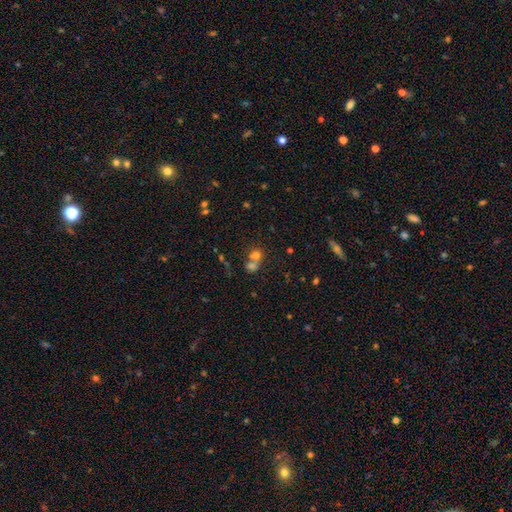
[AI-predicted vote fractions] smooth_or_featured: smooth (p=0.64) [alt: featured or disk p=0.18]
how_rounded: round (p=0.72) [alt: in between p=0.26]
merging: merger (p=0.62) [alt: none p=0.28]